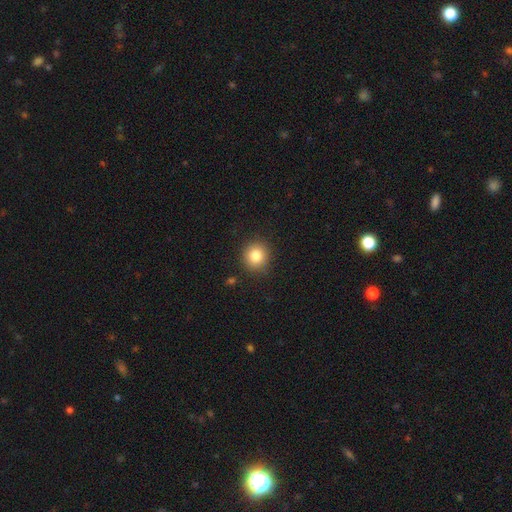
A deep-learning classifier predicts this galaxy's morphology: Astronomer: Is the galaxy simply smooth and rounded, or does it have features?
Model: smooth — 83%.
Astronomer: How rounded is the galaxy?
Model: round — 90%.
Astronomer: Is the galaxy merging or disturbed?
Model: none — 89%.